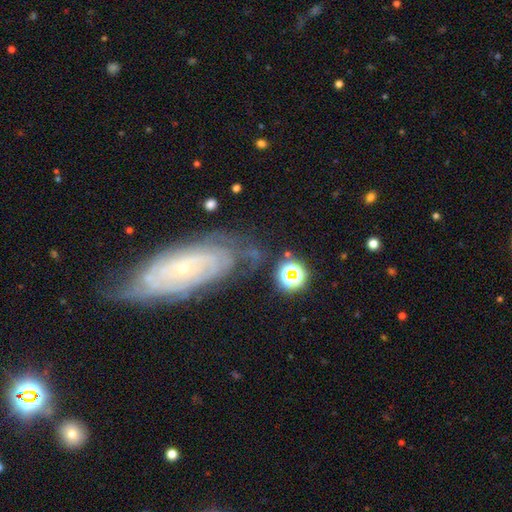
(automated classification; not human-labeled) featured or disk 65%, smooth 18%, star or artifact 17%. Down the decision tree: edge-on disk — no (91%); bar — no (77%); spiral arms — yes (83%); bulge size — small (78%); merging — none (60%).